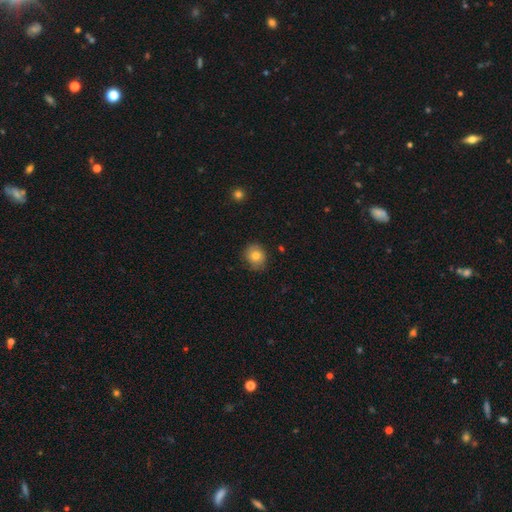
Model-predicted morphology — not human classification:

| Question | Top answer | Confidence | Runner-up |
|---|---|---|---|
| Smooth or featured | smooth | 79% | featured or disk (12%) |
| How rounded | round | 74% | in between (25%) |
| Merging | none | 81% | minor disturbance (15%) |